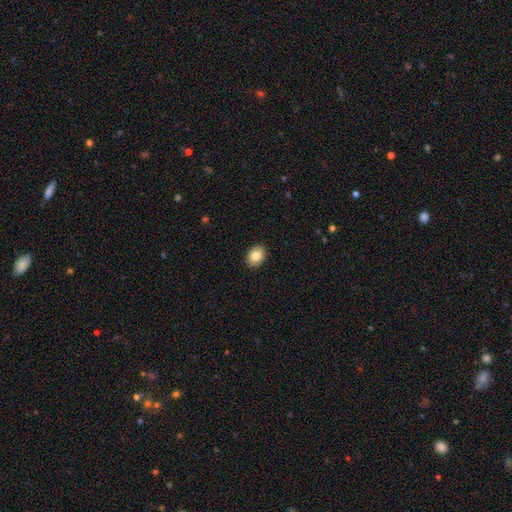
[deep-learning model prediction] Overall: smooth (85%). How rounded: in between (66%; round 33%). Merging: none (91%).